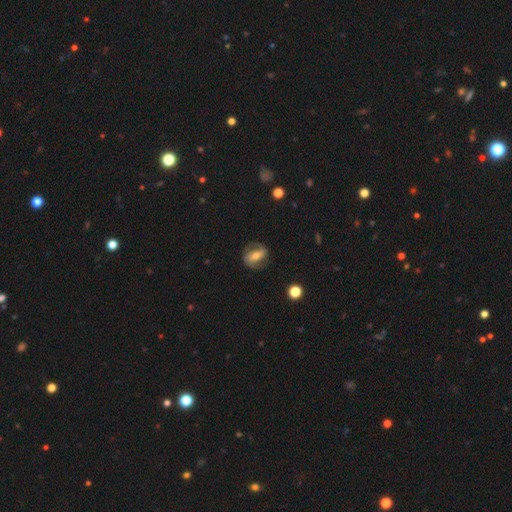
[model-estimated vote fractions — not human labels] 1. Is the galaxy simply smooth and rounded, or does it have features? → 64% featured or disk, 28% smooth, 7% star or artifact.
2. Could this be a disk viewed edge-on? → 93% no, 7% yes.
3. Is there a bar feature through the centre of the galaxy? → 48% strong, 30% weak, 22% no.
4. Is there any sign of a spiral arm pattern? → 73% yes, 27% no.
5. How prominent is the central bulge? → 59% moderate, 33% small, 5% large, 2% none, 1% dominant.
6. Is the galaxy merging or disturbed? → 73% none, 16% minor disturbance, 9% major disturbance, 1% merger.